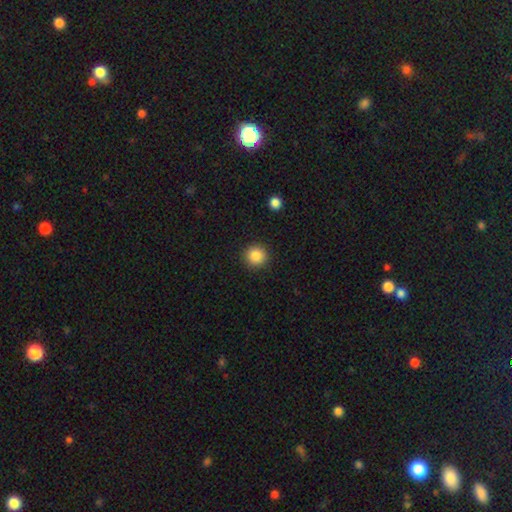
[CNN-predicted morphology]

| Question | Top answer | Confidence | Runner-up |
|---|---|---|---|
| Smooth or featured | smooth | 86% | star or artifact (10%) |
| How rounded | round | 94% | in between (5%) |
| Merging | none | 92% | minor disturbance (5%) |